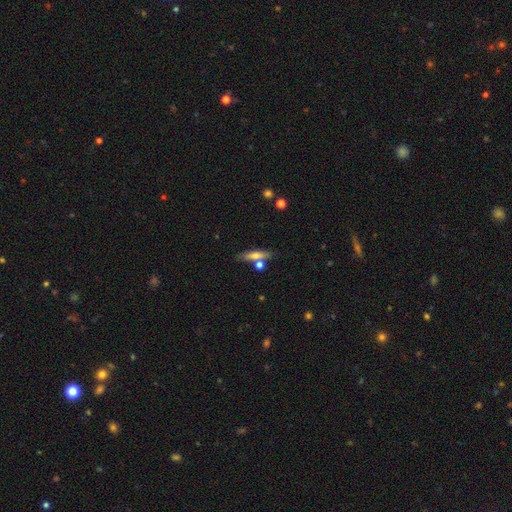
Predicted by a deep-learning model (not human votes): smooth_or_featured: smooth (p=0.56) [alt: featured or disk p=0.37]
how_rounded: cigar-shaped (p=0.78) [alt: in between p=0.19]
merging: none (p=0.71) [alt: merger p=0.14]